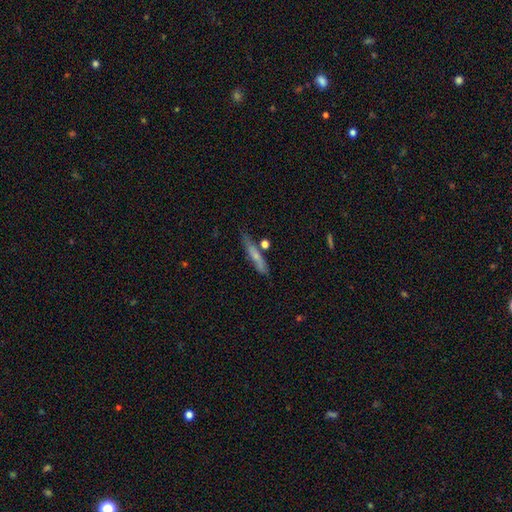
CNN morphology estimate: A smooth galaxy with no disk features (59%) that is cigar-shaped (88%).

Vote fractions:
- Smooth or featured? smooth: 59% / featured or disk: 33% / star or artifact: 8%
- How rounded? cigar-shaped: 88% / in between: 10% / round: 3%
- Merging? none: 69% / minor disturbance: 19% / merger: 8% / major disturbance: 5%